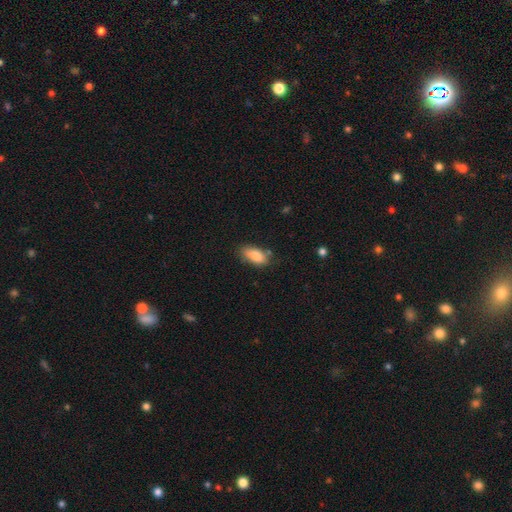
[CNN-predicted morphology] Smooth or featured? Predicted: smooth (p=0.86). How rounded? Predicted: in between (p=0.89). Merging? Predicted: none (p=0.68).